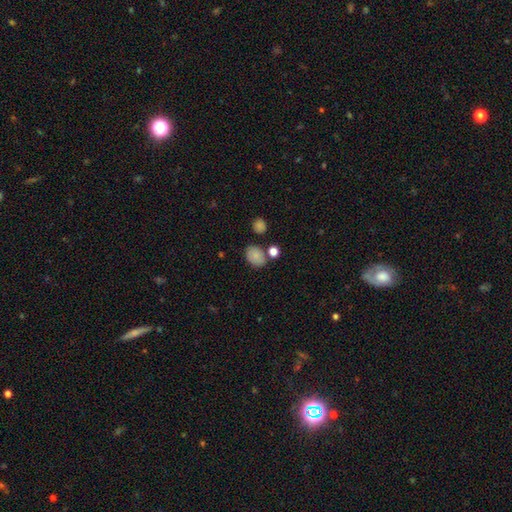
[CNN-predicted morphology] Q: Smooth or featured?
A: smooth (82%); runner-up: star or artifact (10%)
Q: How rounded?
A: in between (63%); runner-up: round (36%)
Q: Merging?
A: none (70%); runner-up: minor disturbance (14%)